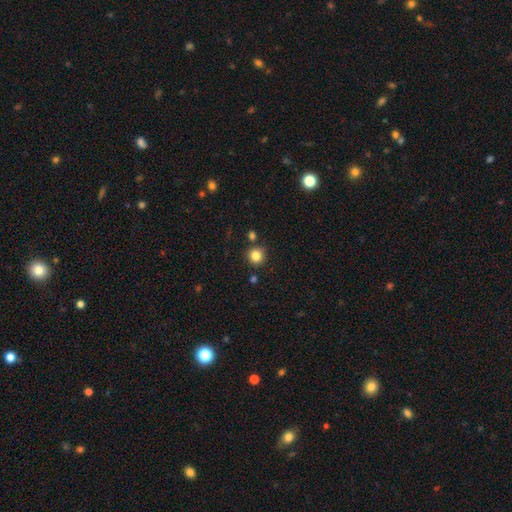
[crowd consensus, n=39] A smooth galaxy with no disk features (85%) that is round (97%). Merging: none (92%).